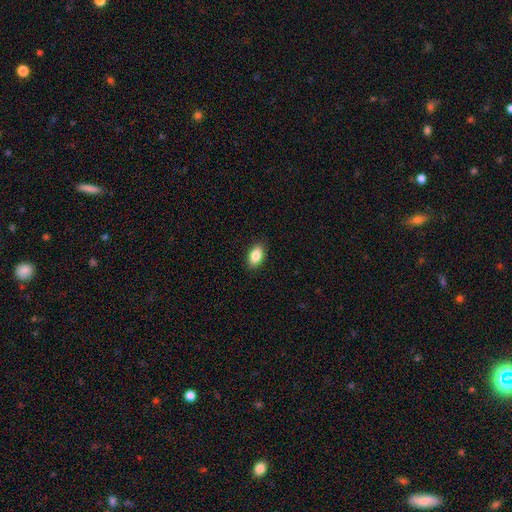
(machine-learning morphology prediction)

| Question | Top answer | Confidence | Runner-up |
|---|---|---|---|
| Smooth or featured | smooth | 86% | star or artifact (7%) |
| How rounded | in between | 91% | round (6%) |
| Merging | none | 89% | minor disturbance (8%) |